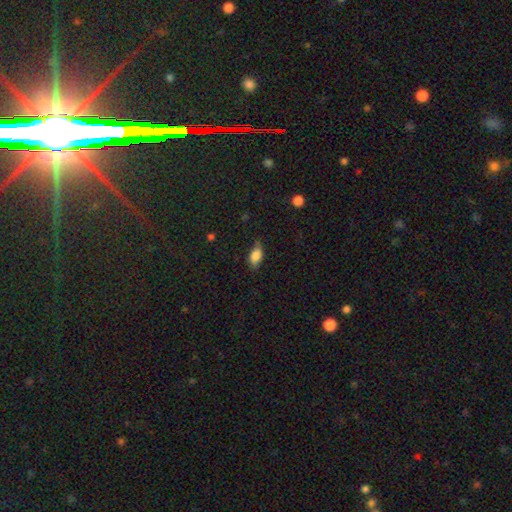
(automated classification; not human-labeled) smooth-or-featured: smooth: 81% | featured or disk: 10% | star or artifact: 8%
  how-rounded: in between: 88% | round: 6% | cigar-shaped: 5%
  merging: none: 70% | minor disturbance: 24% | major disturbance: 5% | merger: 2%